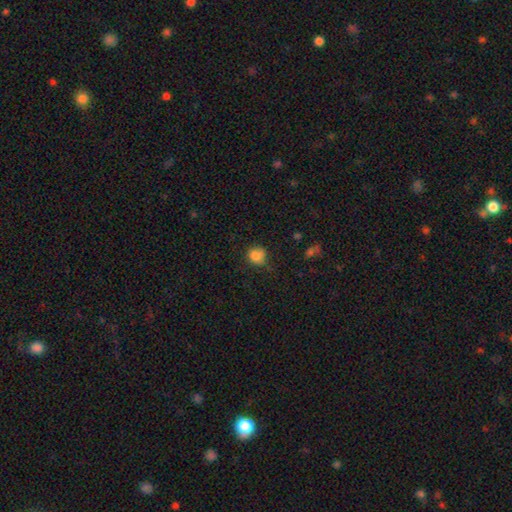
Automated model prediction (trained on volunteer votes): This appears to be a smooth galaxy with no disk features (83%) that is round (82%). Merging: none (64%).